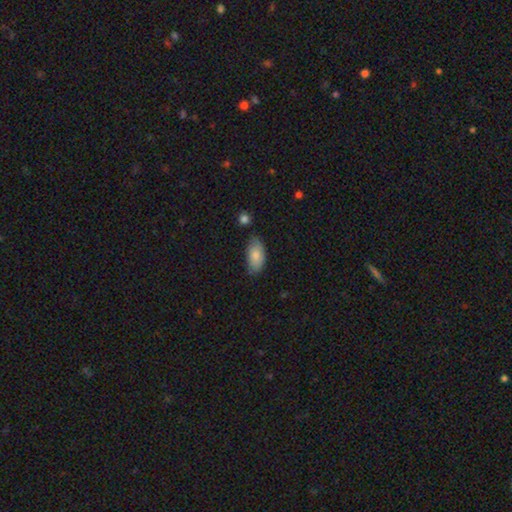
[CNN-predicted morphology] Smooth or featured: smooth — 82% (featured or disk — 11%)
How rounded: in between — 93% (cigar-shaped — 4%)
Merging: none — 70% (minor disturbance — 22%)